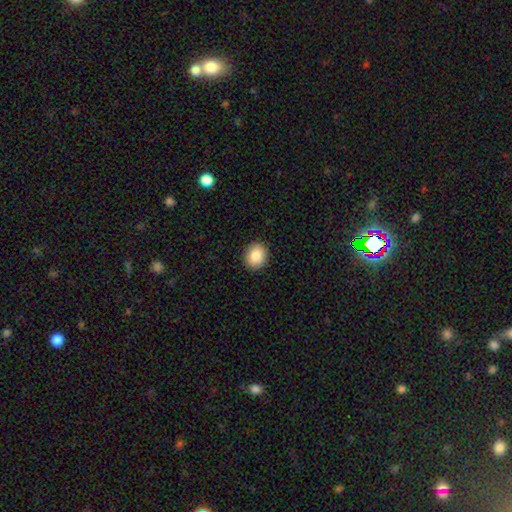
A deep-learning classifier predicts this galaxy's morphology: Smooth or featured? smooth (85%)
How rounded? round (65%)
Merging? none (91%)